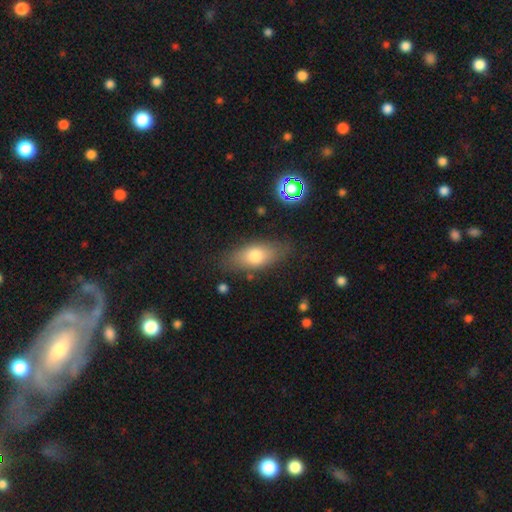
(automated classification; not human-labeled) smooth-or-featured: smooth: 72% | featured or disk: 19% | star or artifact: 8%
  how-rounded: in between: 82% | cigar-shaped: 12% | round: 6%
  merging: none: 77% | minor disturbance: 15% | major disturbance: 5% | merger: 2%